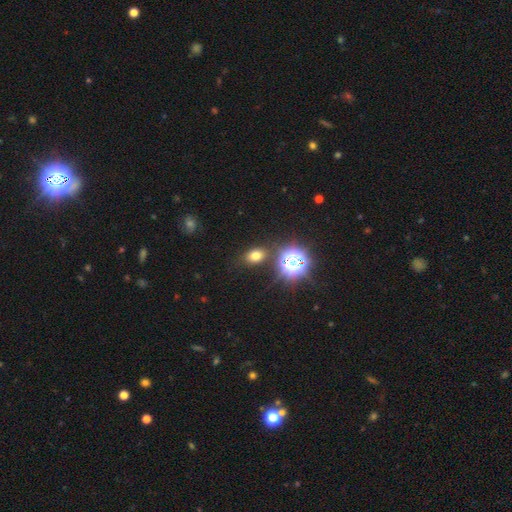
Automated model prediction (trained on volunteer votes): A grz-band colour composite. It shows a smooth galaxy with no disk features (66%) that is in between round and cigar-shaped (67%). Merging: none (83%).